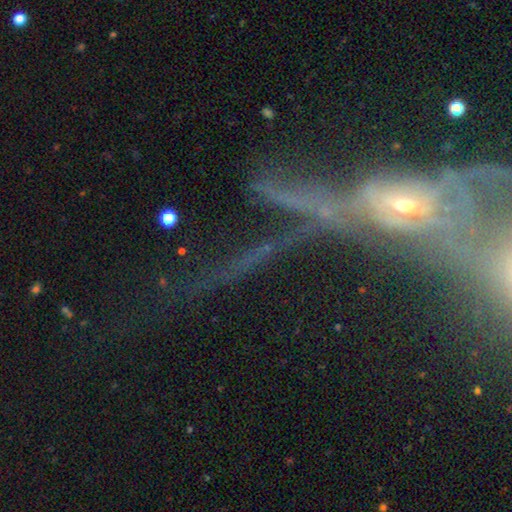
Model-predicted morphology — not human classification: Smooth or featured?
  - featured or disk: 41% * (tied)
  - star or artifact: 41% * (tied)
  - smooth: 18%
Merging?
  - none: 38% *
  - merger: 25%
  - major disturbance: 23%
  - minor disturbance: 14%